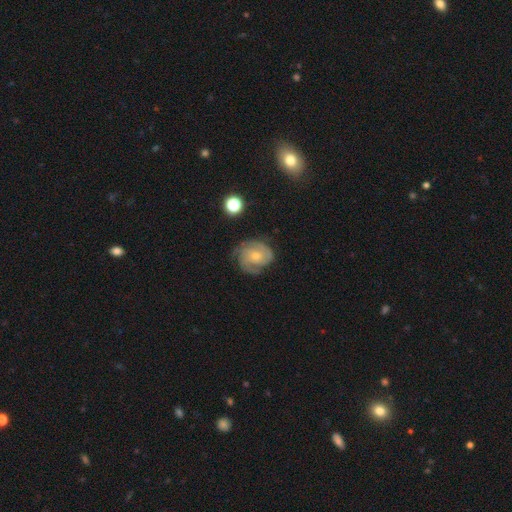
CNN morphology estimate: Smooth or featured? Predicted: featured or disk (p=0.76). Edge-on disk? Predicted: no (p=0.98). Bar? Predicted: no (p=0.75). Spiral arms? Predicted: yes (p=0.94). Spiral winding? Predicted: tight (p=0.57). Spiral arm count? Predicted: 3 (p=0.31, tied with 2). Bulge size? Predicted: small (p=0.61). Merging? Predicted: none (p=0.66).